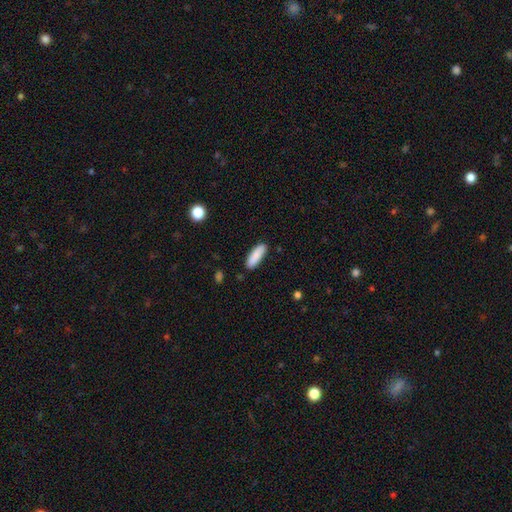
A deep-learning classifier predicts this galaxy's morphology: This appears to be a smooth galaxy with no disk features (88%) that is in between round and cigar-shaped (51%). Merging: none (86%).